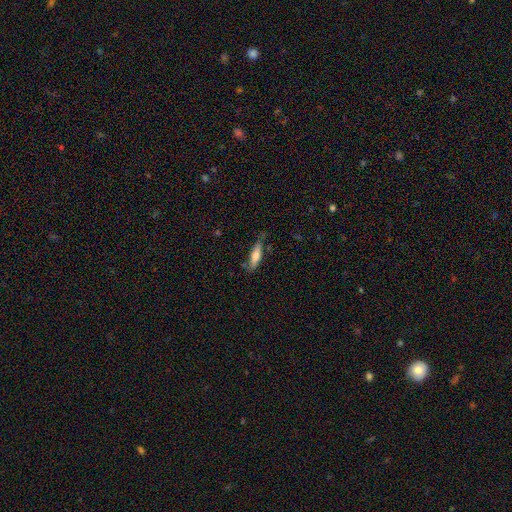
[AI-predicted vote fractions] This appears to be a smooth galaxy with no disk features (68%) that is cigar-shaped (62%). Merging: none (68%).